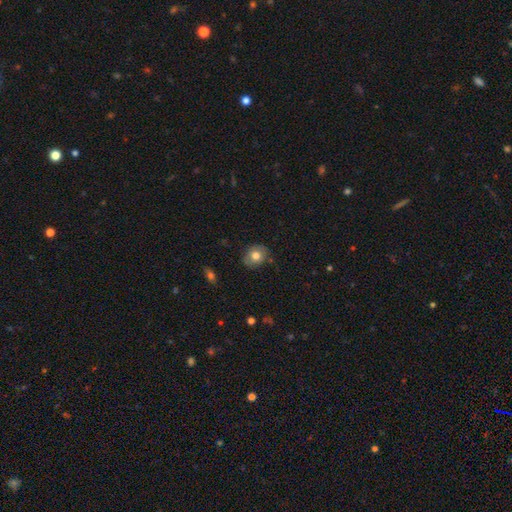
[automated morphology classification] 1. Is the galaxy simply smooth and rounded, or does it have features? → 76% smooth, 15% featured or disk, 9% star or artifact.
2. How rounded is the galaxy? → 60% round, 39% in between, 1% cigar-shaped.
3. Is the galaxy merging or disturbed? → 82% none, 14% minor disturbance, 3% major disturbance, 2% merger.